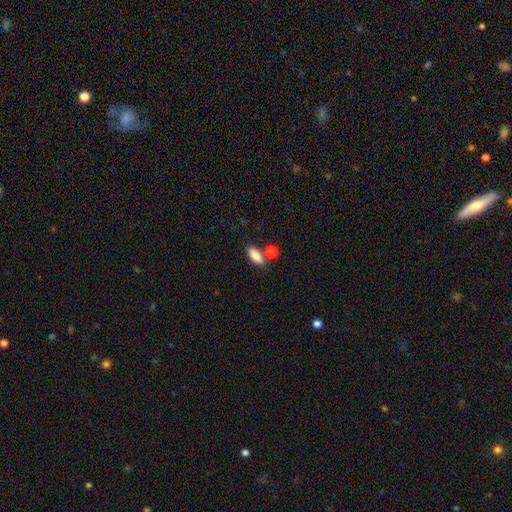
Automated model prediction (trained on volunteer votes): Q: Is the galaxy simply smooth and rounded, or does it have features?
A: smooth — 84%.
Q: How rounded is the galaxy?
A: in between — 82%.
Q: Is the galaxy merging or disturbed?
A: none — 70%.